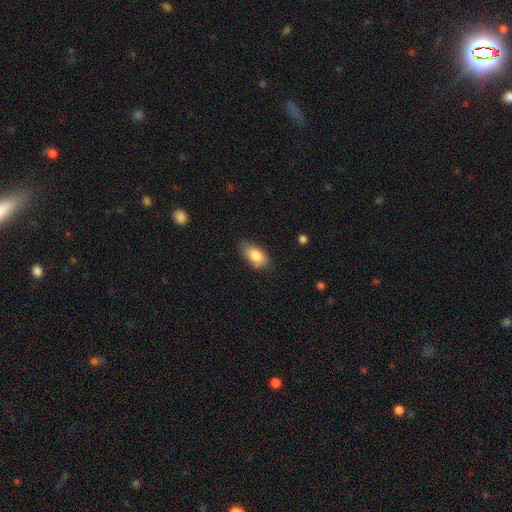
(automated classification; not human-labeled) smooth_or_featured: smooth (p=0.84) [alt: featured or disk p=0.09]
how_rounded: in between (p=0.91) [alt: round p=0.05]
merging: none (p=0.69) [alt: minor disturbance p=0.25]